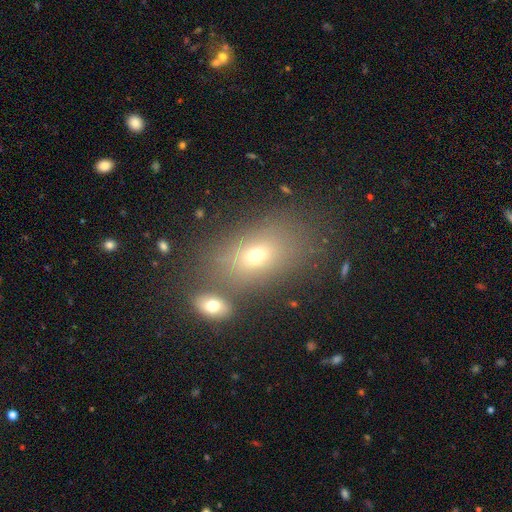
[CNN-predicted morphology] Smooth or featured?
  - smooth: 63% *
  - star or artifact: 19%
  - featured or disk: 19%
How rounded?
  - in between: 75% *
  - round: 22%
  - cigar-shaped: 2%
Merging?
  - none: 63% *
  - merger: 18%
  - minor disturbance: 12%
  - major disturbance: 6%